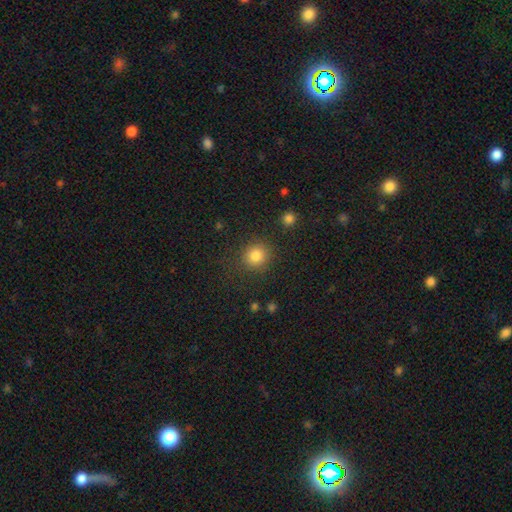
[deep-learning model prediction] smooth-or-featured: smooth: 85% | star or artifact: 11% | featured or disk: 5%
  how-rounded: round: 87% | in between: 12% | cigar-shaped: 1%
  merging: none: 83% | minor disturbance: 9% | major disturbance: 5% | merger: 3%